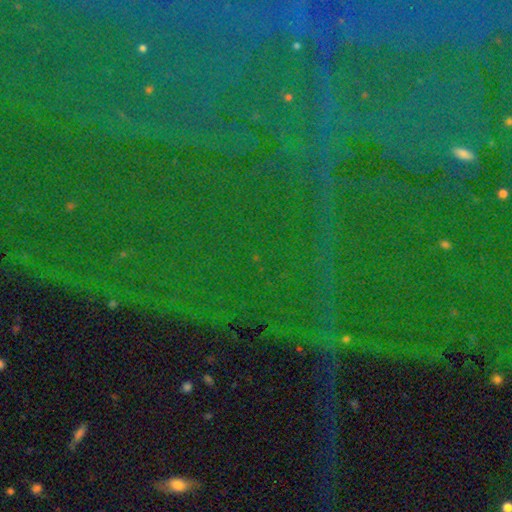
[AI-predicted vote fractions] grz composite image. It shows a star or artifact, not a galaxy (86%).